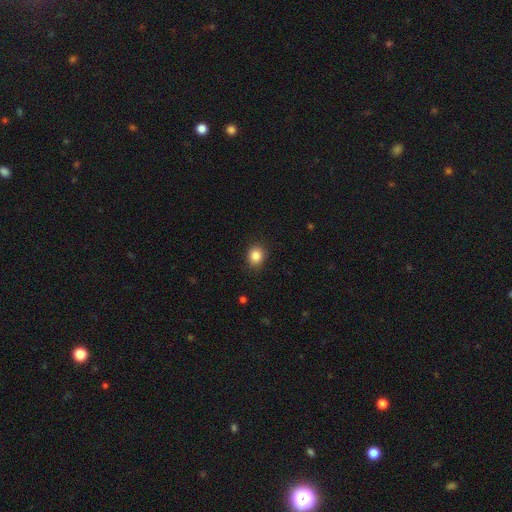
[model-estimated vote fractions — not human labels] A smooth galaxy with no disk features (86%) that is round (72%). Merging: none (88%).